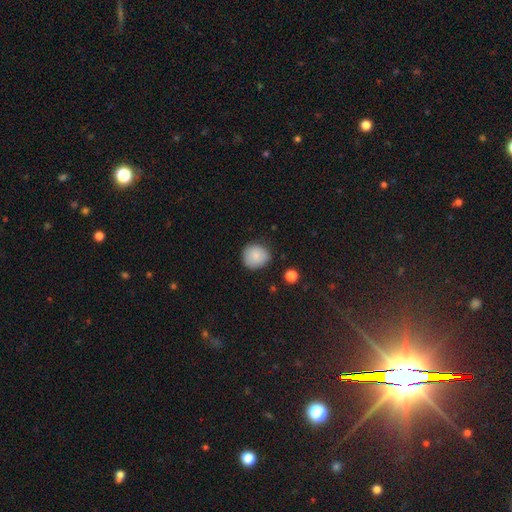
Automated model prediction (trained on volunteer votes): A smooth galaxy with no disk features (85%) that is round (83%).

Vote fractions:
- Smooth or featured? smooth: 85% / star or artifact: 8% / featured or disk: 7%
- How rounded? round: 83% / in between: 16% / cigar-shaped: 1%
- Merging? none: 80% / minor disturbance: 15% / major disturbance: 3% / merger: 2%